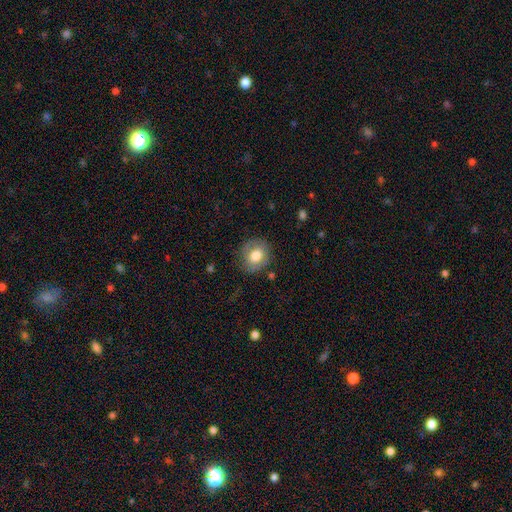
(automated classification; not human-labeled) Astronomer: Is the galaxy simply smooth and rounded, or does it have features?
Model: smooth — 73%.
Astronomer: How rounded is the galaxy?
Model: round — 69%.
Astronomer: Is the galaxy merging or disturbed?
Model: none — 80%.